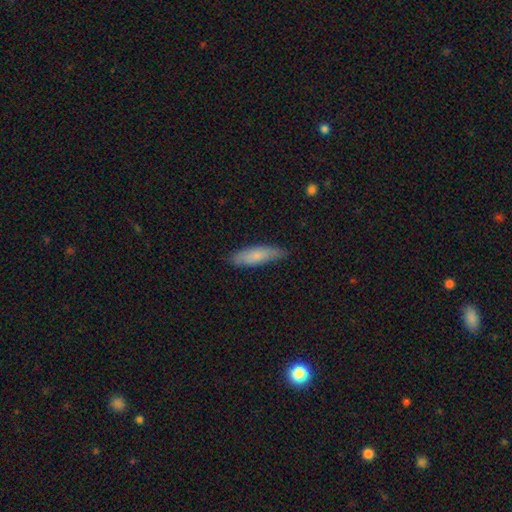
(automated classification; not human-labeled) A smooth galaxy with no disk features (72%) that is cigar-shaped (58%).

Vote fractions:
- Smooth or featured? smooth: 72% / featured or disk: 22% / star or artifact: 6%
- How rounded? cigar-shaped: 58% / in between: 40% / round: 2%
- Merging? none: 79% / minor disturbance: 17% / major disturbance: 3% / merger: 1%